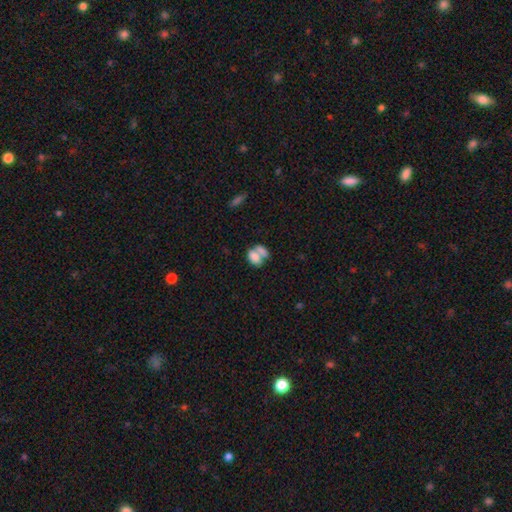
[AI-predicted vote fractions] Q: Smooth or featured?
A: smooth (76%); runner-up: featured or disk (16%)
Q: How rounded?
A: in between (81%); runner-up: round (17%)
Q: Merging?
A: merger (62%); runner-up: none (22%)